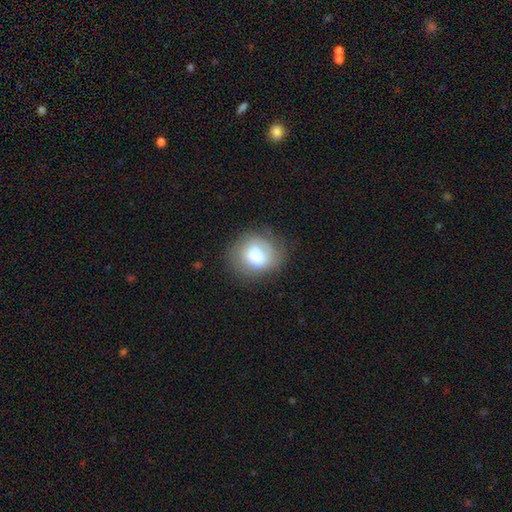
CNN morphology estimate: smooth 68%, featured or disk 24%, star or artifact 9%. Down the decision tree: how rounded — round (67%); merging — none (67%).